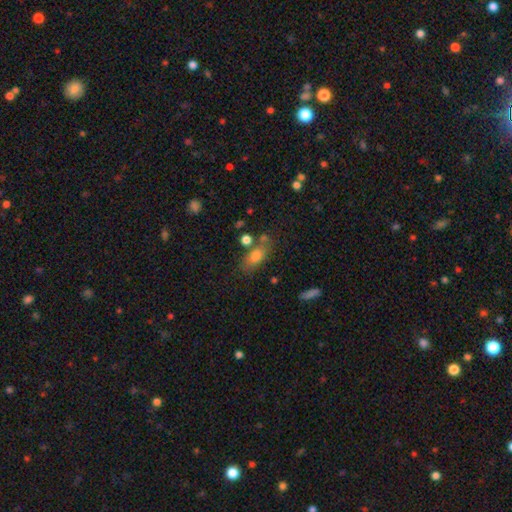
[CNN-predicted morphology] A smooth galaxy with no disk features (75%) that is in between round and cigar-shaped (79%).

Vote fractions:
- Smooth or featured? smooth: 75% / featured or disk: 15% / star or artifact: 10%
- How rounded? in between: 79% / cigar-shaped: 13% / round: 8%
- Merging? none: 64% / minor disturbance: 16% / merger: 14% / major disturbance: 6%